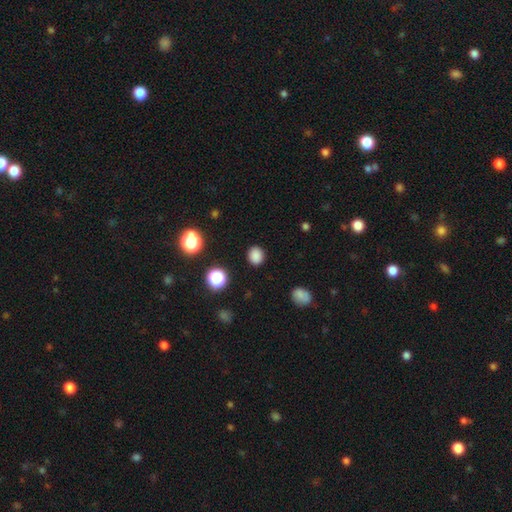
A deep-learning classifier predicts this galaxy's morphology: A smooth galaxy with no disk features (83%) that is round (74%). Merging: none (89%).